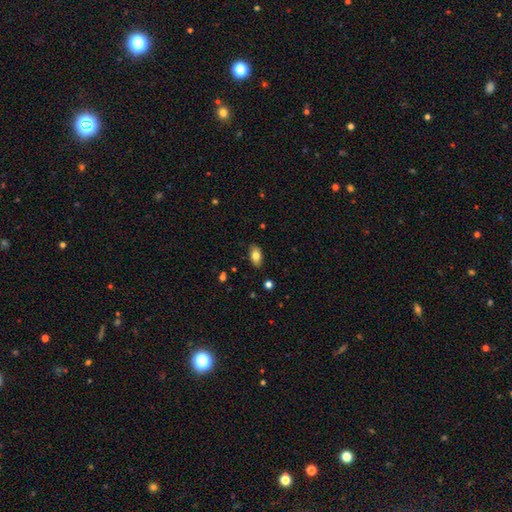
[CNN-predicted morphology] This is likely a smooth galaxy (79%). How rounded: clearly in between (91%). Merging: clearly none (86%).